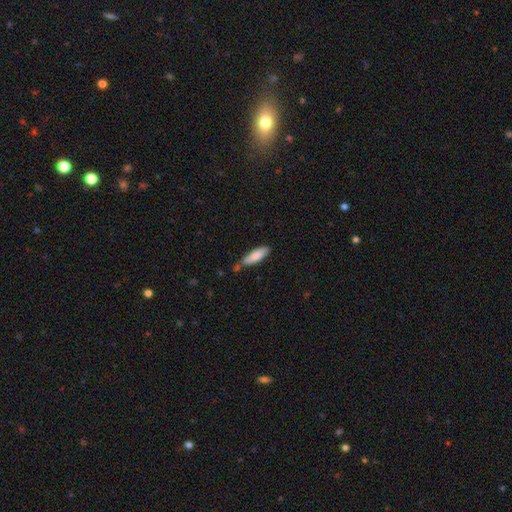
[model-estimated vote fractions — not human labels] This is clearly a smooth galaxy (82%). How rounded: possibly cigar-shaped (57%). Merging: likely none (62%).